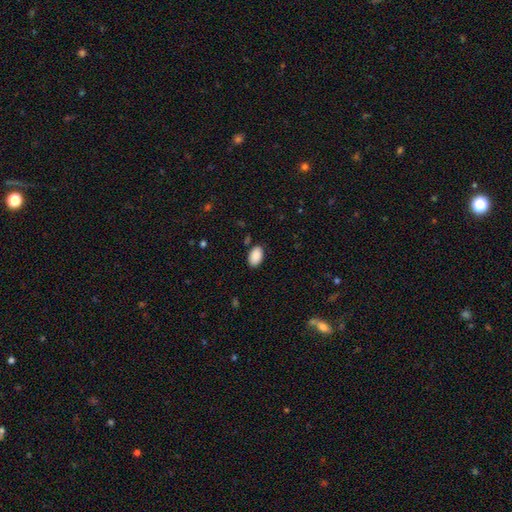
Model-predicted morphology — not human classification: Smooth or featured? Predicted: smooth (p=0.90). How rounded? Predicted: in between (p=0.94). Merging? Predicted: none (p=0.85).